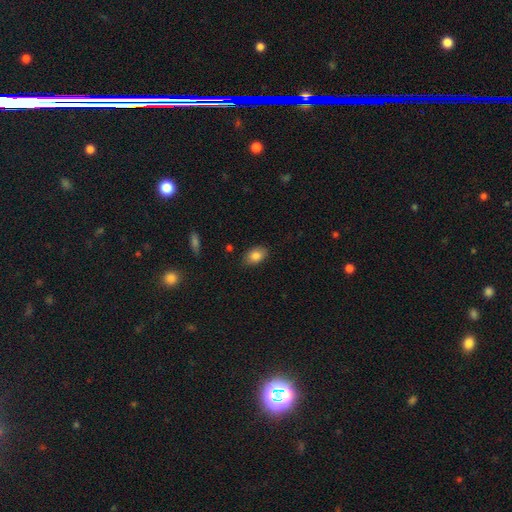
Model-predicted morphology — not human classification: This is clearly a smooth galaxy (84%). How rounded: clearly in between (85%). Merging: clearly none (84%).